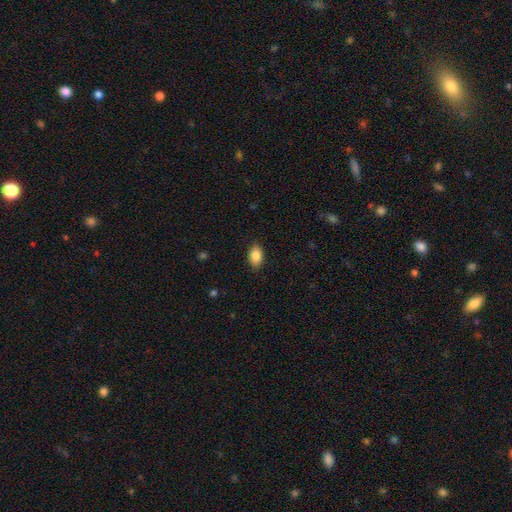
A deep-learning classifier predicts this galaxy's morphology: smooth-or-featured: smooth: 88% | star or artifact: 7% | featured or disk: 5%
  how-rounded: in between: 88% | round: 10% | cigar-shaped: 2%
  merging: none: 86% | minor disturbance: 11% | major disturbance: 2% | merger: 1%